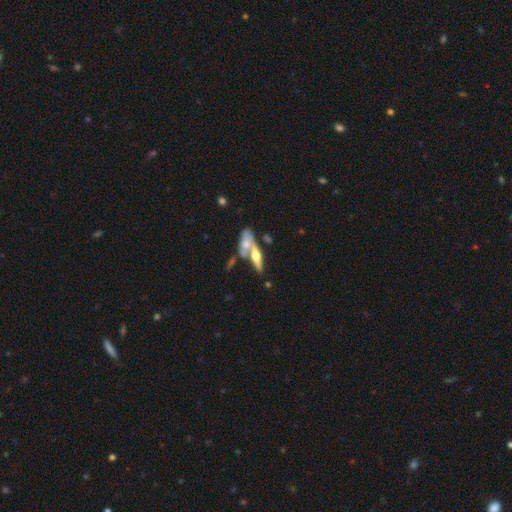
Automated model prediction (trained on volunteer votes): featured or disk 56%, smooth 33%, star or artifact 12%. Down the decision tree: edge-on disk — no (54%); merging — merger (53%).